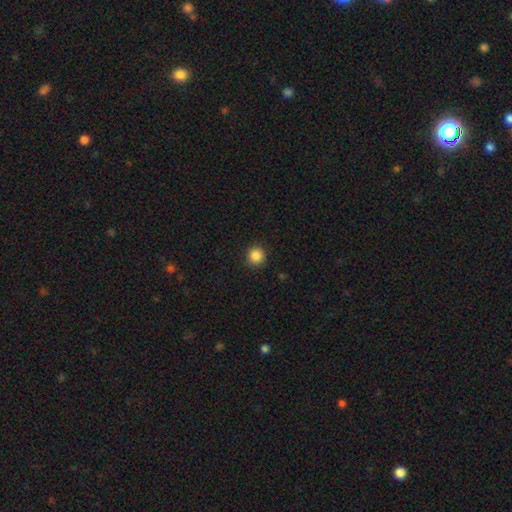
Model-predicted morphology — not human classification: Smooth or featured?
  - smooth: 87% *
  - star or artifact: 10%
  - featured or disk: 3%
How rounded?
  - round: 94% *
  - in between: 5%
  - cigar-shaped: 1%
Merging?
  - none: 92% *
  - minor disturbance: 5%
  - major disturbance: 2%
  - merger: 1%